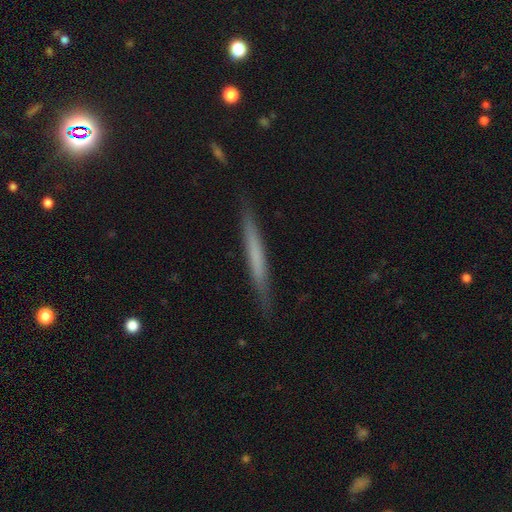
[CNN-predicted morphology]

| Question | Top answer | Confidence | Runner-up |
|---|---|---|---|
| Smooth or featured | smooth | 53% | featured or disk (41%) |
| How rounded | cigar-shaped | 96% | in between (2%) |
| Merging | none | 87% | minor disturbance (10%) |